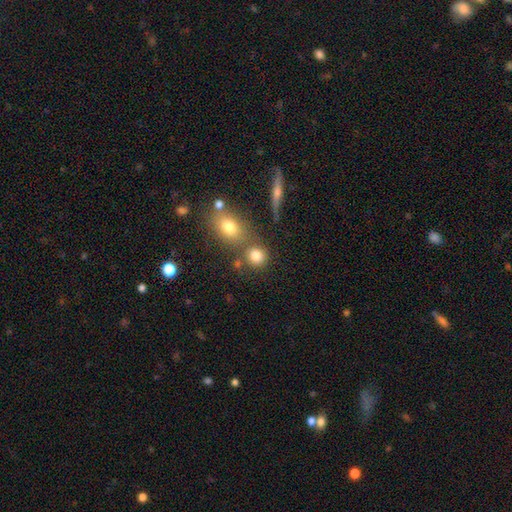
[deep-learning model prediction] A smooth galaxy with no disk features (80%) that is round (84%).

Vote fractions:
- Smooth or featured? smooth: 80% / star or artifact: 12% / featured or disk: 8%
- How rounded? round: 84% / in between: 14% / cigar-shaped: 2%
- Merging? none: 65% / merger: 21% / minor disturbance: 9% / major disturbance: 5%